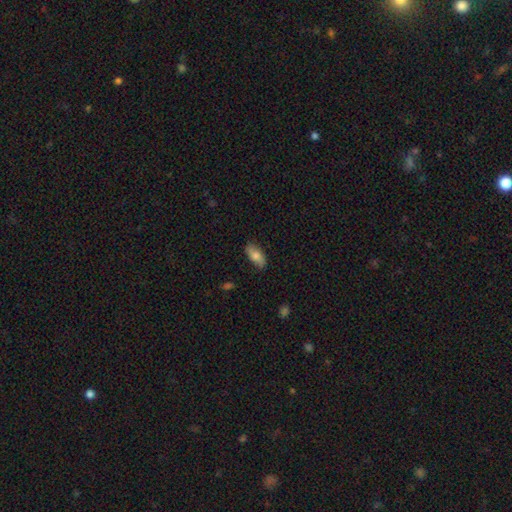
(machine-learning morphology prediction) Smooth or featured? Predicted: smooth (p=0.74). How rounded? Predicted: in between (p=0.85). Merging? Predicted: none (p=0.81).